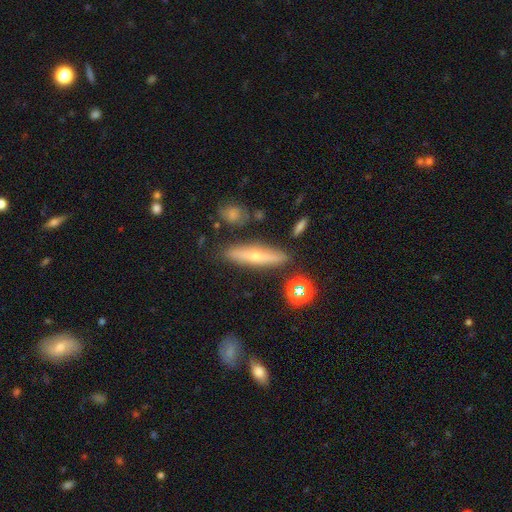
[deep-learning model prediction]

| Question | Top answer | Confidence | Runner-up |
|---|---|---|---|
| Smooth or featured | featured or disk | 50% | smooth (41%) |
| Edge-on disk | yes | 87% | no (13%) |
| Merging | none | 84% | minor disturbance (10%) |